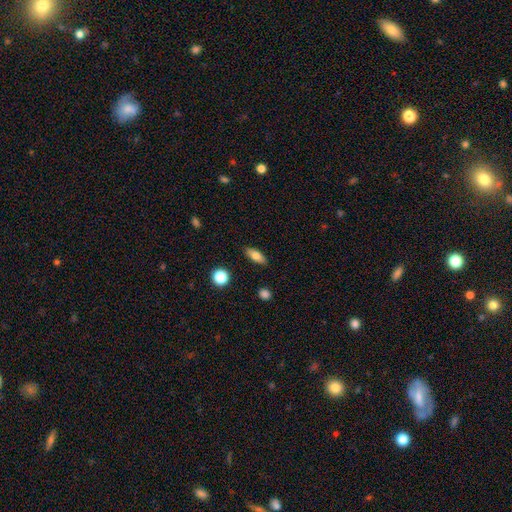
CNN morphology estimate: smooth-or-featured: smooth: 75% | featured or disk: 17% | star or artifact: 8%
  how-rounded: in between: 75% | cigar-shaped: 20% | round: 5%
  merging: none: 87% | minor disturbance: 9% | major disturbance: 2% | merger: 1%